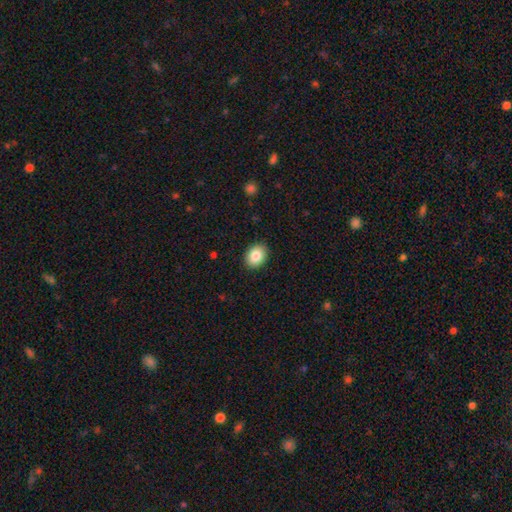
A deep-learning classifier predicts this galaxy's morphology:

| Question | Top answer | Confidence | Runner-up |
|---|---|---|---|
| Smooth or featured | smooth | 85% | star or artifact (8%) |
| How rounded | in between | 62% | round (38%) |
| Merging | none | 90% | minor disturbance (7%) |